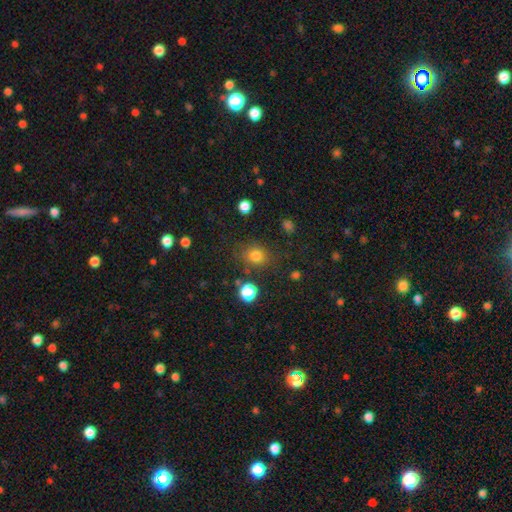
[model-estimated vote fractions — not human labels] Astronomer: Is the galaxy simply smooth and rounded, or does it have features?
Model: smooth — 78%.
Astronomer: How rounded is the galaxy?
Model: round — 71%.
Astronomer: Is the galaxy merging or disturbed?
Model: none — 77%.